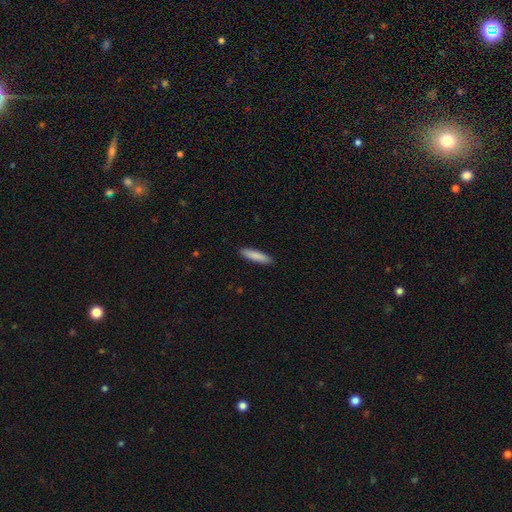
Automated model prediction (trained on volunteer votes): Q: Smooth or featured?
A: smooth (87%); runner-up: featured or disk (7%)
Q: How rounded?
A: cigar-shaped (78%); runner-up: in between (21%)
Q: Merging?
A: none (91%); runner-up: minor disturbance (7%)